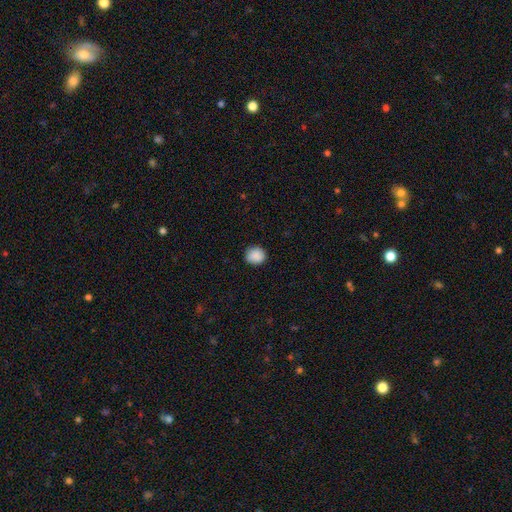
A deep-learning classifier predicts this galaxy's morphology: smooth-or-featured: smooth: 89% | star or artifact: 8% | featured or disk: 3%
  how-rounded: round: 85% | in between: 14% | cigar-shaped: 1%
  merging: none: 88% | minor disturbance: 9% | major disturbance: 2% | merger: 1%